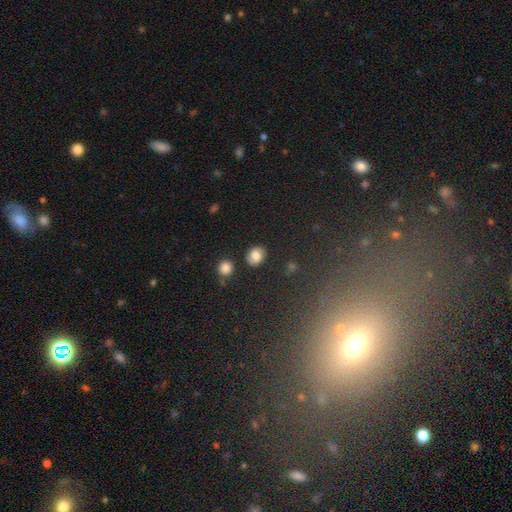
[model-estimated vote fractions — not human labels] This is likely a smooth galaxy (78%). How rounded: possibly round (50%). Merging: clearly none (82%).